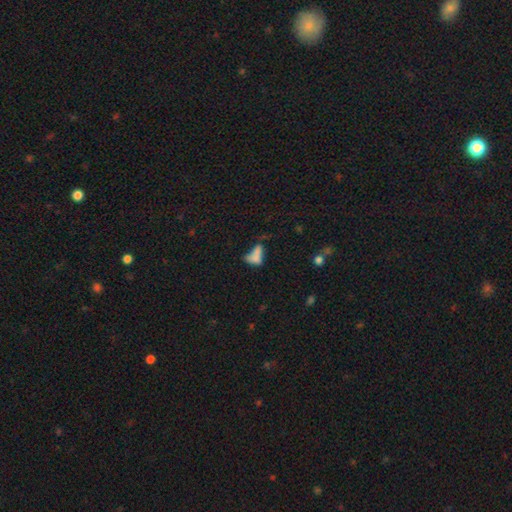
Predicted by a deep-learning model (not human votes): Smooth or featured? smooth (65%)
How rounded? in between (81%)
Merging? major disturbance (30%)